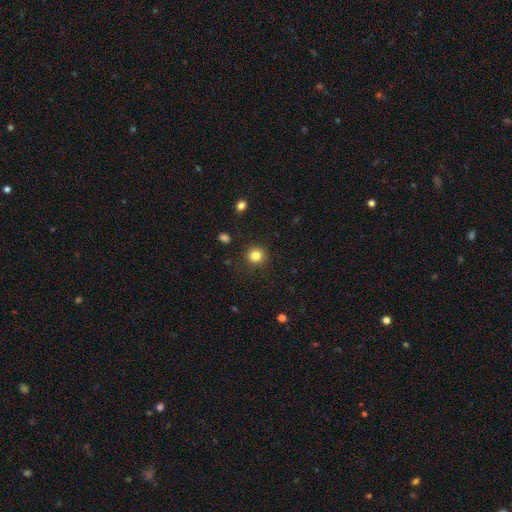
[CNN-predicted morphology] A smooth galaxy with no disk features (83%) that is round (91%).

Vote fractions:
- Smooth or featured? smooth: 83% / star or artifact: 12% / featured or disk: 5%
- How rounded? round: 91% / in between: 9% / cigar-shaped: 1%
- Merging? none: 90% / minor disturbance: 7% / major disturbance: 2% / merger: 1%